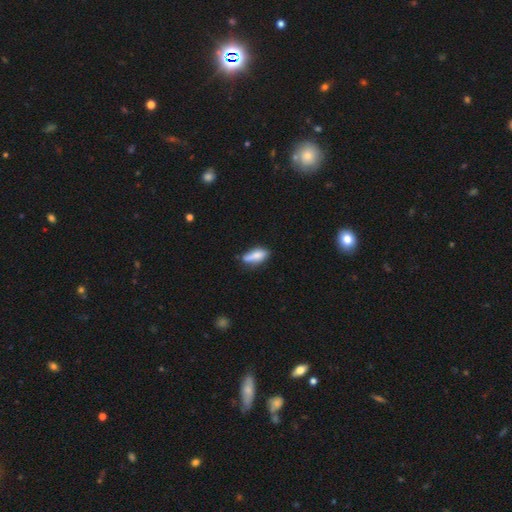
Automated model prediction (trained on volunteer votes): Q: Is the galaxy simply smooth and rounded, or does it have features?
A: smooth — 76%.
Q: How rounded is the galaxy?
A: in between — 64%.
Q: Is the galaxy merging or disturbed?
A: none — 56%.